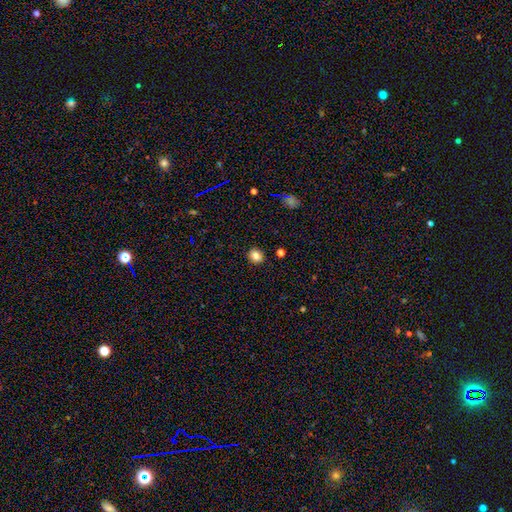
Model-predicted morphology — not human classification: The model was most divided on "how rounded": round: 73%, in between: 26%, cigar-shaped: 1%. More confident: merging — none (89%); smooth or featured — smooth (83%).